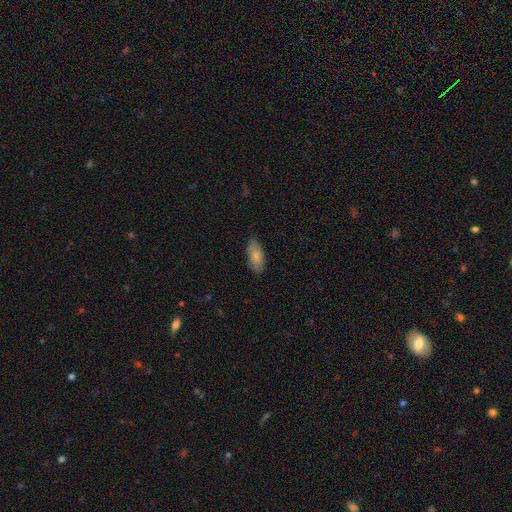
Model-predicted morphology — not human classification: smooth_or_featured: smooth (p=0.83) [alt: featured or disk p=0.11]
how_rounded: in between (p=0.86) [alt: cigar-shaped p=0.12]
merging: none (p=0.82) [alt: minor disturbance p=0.14]